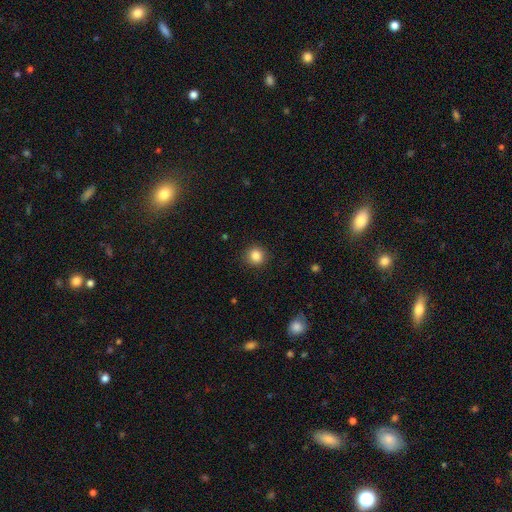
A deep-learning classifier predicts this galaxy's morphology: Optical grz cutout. It shows a smooth galaxy with no disk features (85%) that is round (91%). Merging: none (90%).